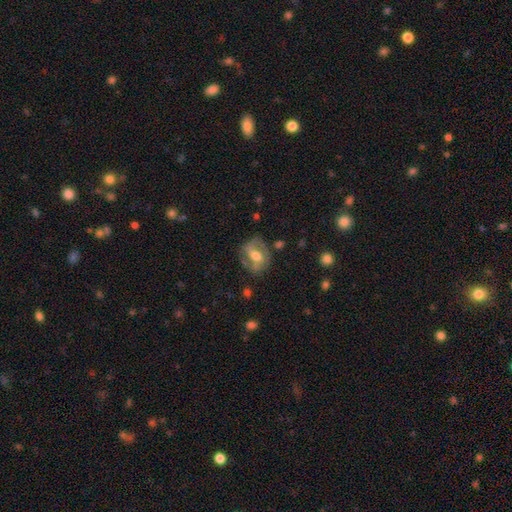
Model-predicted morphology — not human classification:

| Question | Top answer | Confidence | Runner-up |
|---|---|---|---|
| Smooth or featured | featured or disk | 60% | smooth (33%) |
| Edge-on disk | no | 93% | yes (7%) |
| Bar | weak | 39% | strong (33%) |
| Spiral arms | yes | 60% | no (40%) |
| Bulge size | moderate | 65% | small (16%) |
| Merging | none | 66% | minor disturbance (20%) |